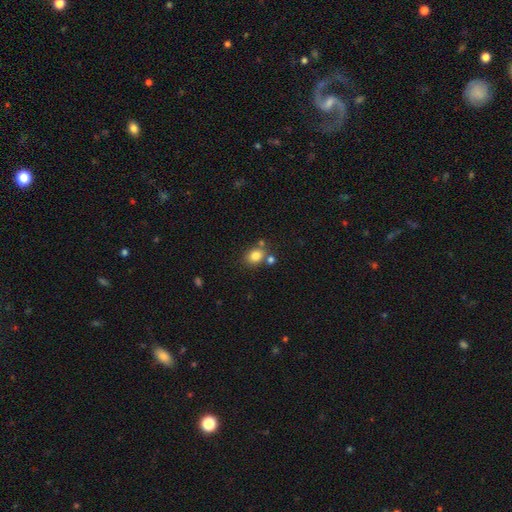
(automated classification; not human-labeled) smooth_or_featured: smooth (p=0.81) [alt: star or artifact p=0.11]
how_rounded: in between (p=0.50) [alt: round p=0.49]
merging: none (p=0.67) [alt: merger p=0.18]